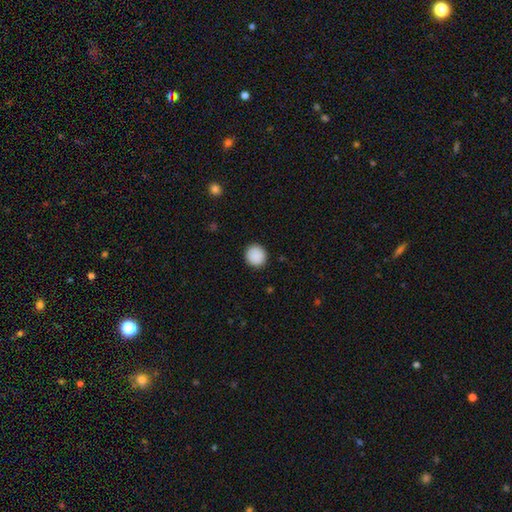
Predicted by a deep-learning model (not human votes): Smooth or featured? Predicted: smooth (p=0.90). How rounded? Predicted: round (p=0.91). Merging? Predicted: none (p=0.92).